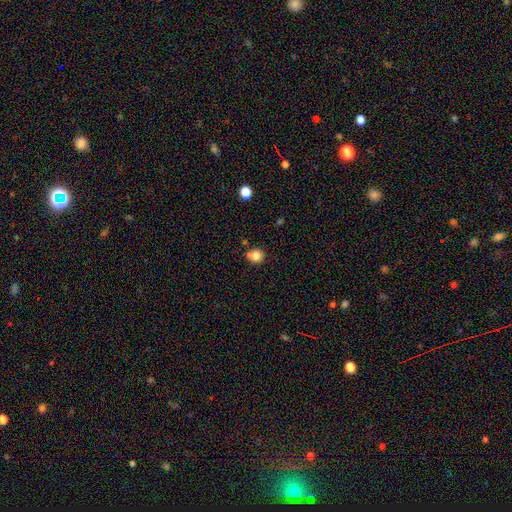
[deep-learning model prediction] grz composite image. It shows a smooth galaxy with no disk features (82%) that is round (85%). Merging: none (67%).